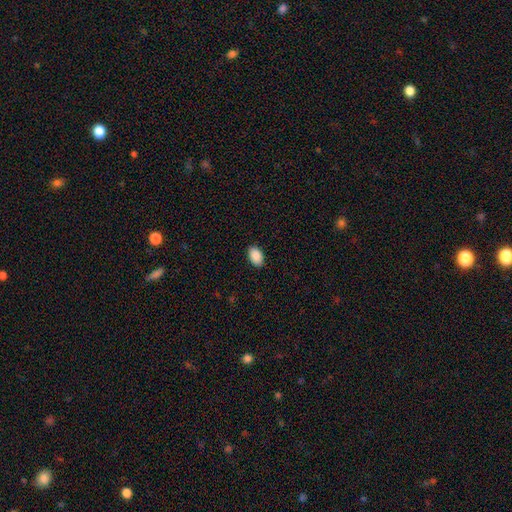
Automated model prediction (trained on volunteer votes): The model was most divided on "merging": none: 90%, minor disturbance: 8%, major disturbance: 2%, merger: 1%. More confident: how rounded — in between (92%); smooth or featured — smooth (90%).